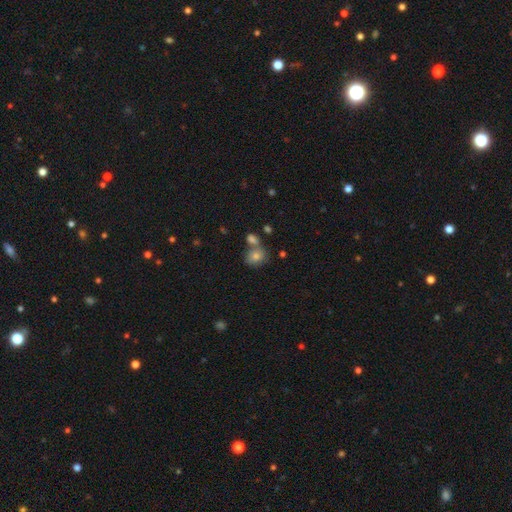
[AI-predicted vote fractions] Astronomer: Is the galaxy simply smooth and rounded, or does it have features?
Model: smooth — 74%.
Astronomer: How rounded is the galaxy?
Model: round — 63%.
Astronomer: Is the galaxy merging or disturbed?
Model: none — 55%.